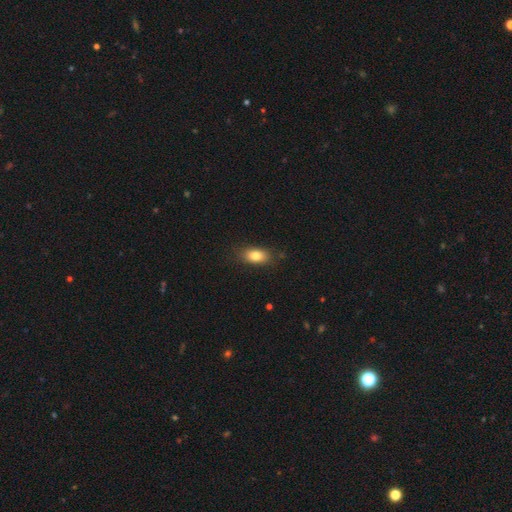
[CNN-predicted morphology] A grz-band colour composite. It shows a smooth galaxy with no disk features (81%) that is in between round and cigar-shaped (86%). Merging: none (83%).